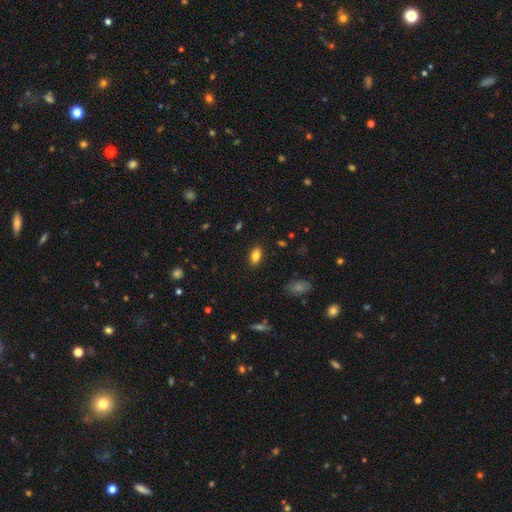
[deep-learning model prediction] Smooth or featured: smooth — 84% (star or artifact — 9%)
How rounded: in between — 89% (round — 8%)
Merging: none — 87% (minor disturbance — 9%)